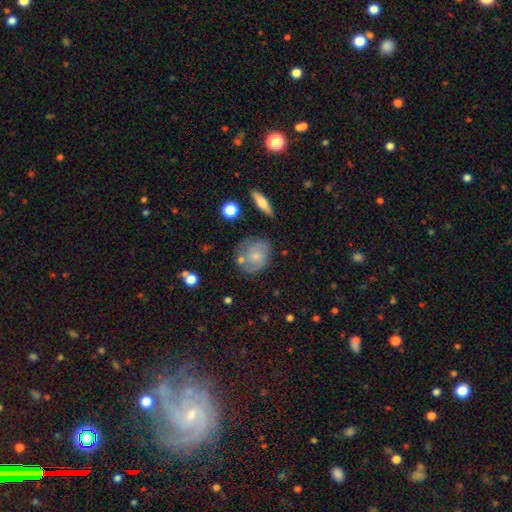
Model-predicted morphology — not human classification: The model was most divided on "smooth or featured": featured or disk: 48%, smooth: 44%, star or artifact: 8%. More confident: merging — none (62%).